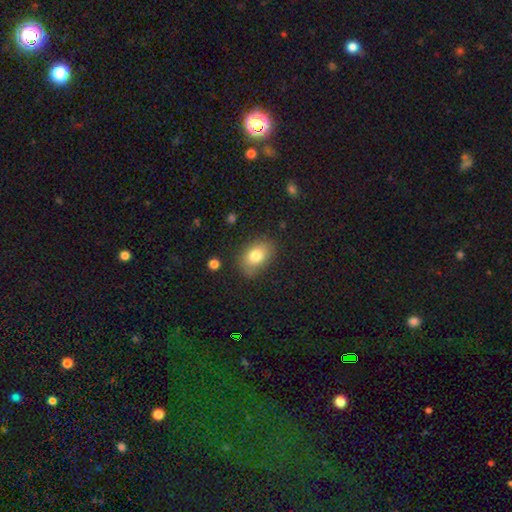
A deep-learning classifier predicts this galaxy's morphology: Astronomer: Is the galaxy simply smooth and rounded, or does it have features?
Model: smooth — 79%.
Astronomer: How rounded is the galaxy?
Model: in between — 82%.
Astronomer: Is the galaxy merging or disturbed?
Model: none — 79%.